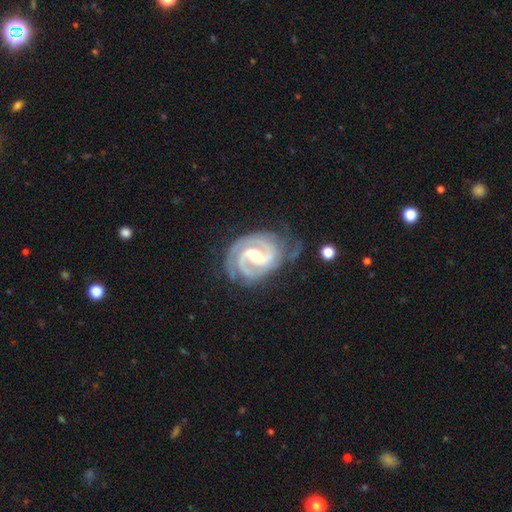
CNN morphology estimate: Q: Smooth or featured?
A: featured or disk (93%); runner-up: star or artifact (4%)
Q: Edge-on disk?
A: no (98%); runner-up: yes (2%)
Q: Bar?
A: weak (47%); runner-up: strong (37%)
Q: Spiral arms?
A: yes (98%); runner-up: no (2%)
Q: Spiral winding?
A: tight (58%); runner-up: medium (37%)
Q: Spiral arm count?
A: 2 (78%); runner-up: 3 (12%)
Q: Bulge size?
A: moderate (57%); runner-up: small (35%)
Q: Merging?
A: none (68%); runner-up: minor disturbance (21%)